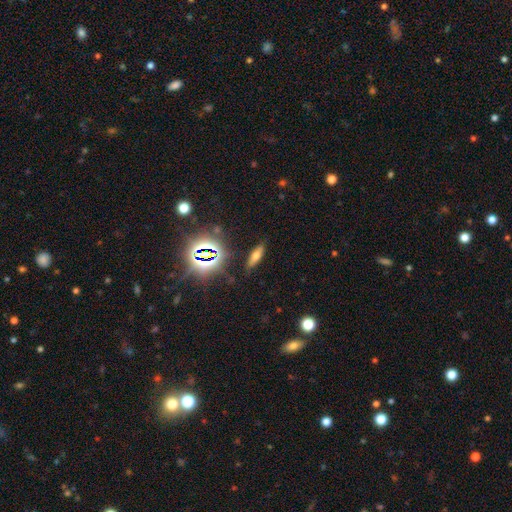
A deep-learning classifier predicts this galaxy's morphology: smooth-or-featured: smooth: 56% | star or artifact: 25% | featured or disk: 19%
  how-rounded: in between: 48% | cigar-shaped: 47% | round: 5%
  merging: none: 85% | minor disturbance: 10% | major disturbance: 3% | merger: 2%